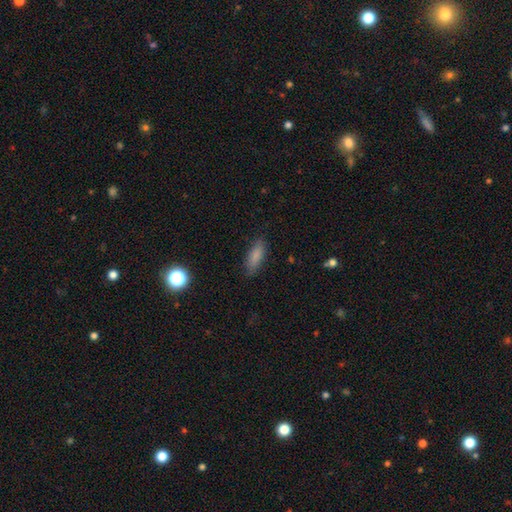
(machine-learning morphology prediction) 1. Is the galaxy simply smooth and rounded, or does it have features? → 83% smooth, 8% featured or disk, 8% star or artifact.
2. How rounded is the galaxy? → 67% in between, 31% cigar-shaped, 2% round.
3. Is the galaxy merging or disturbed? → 83% none, 13% minor disturbance, 3% major disturbance, 1% merger.